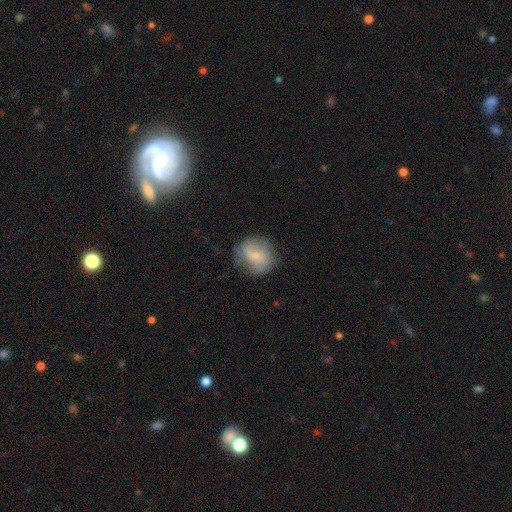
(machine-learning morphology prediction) This is possibly a smooth galaxy (56%). How rounded: likely round (69%). Merging: likely none (64%).